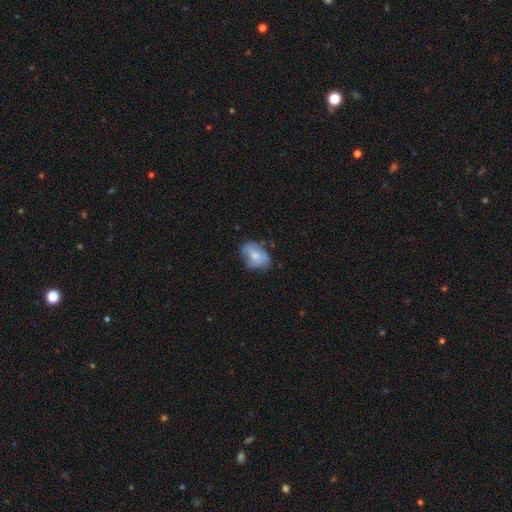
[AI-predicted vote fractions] Smooth or featured: smooth — 54% (featured or disk — 38%)
How rounded: in between — 75% (round — 23%)
Merging: none — 50% (minor disturbance — 33%)